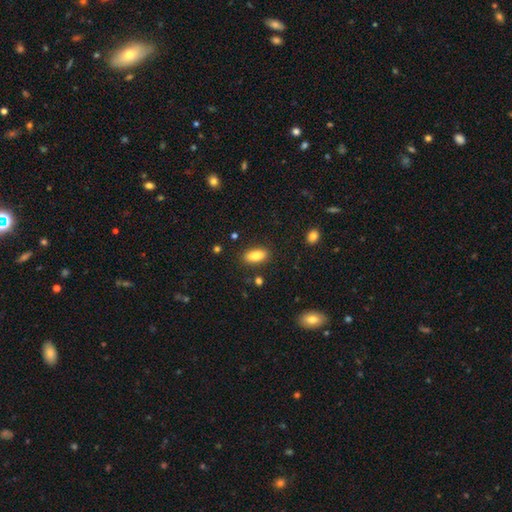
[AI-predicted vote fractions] Morphology: type=smooth (85%); roundness=in between (87%); merging=none (86%).